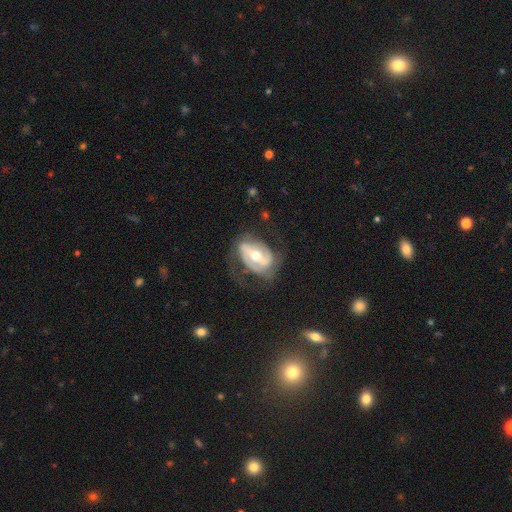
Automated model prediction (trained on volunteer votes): Smooth or featured? featured or disk (80%)
Edge-on disk? no (95%)
Bar? strong (49%)
Spiral arms? yes (84%)
Spiral winding? medium (42%)
Spiral arm count? 2 (70%)
Bulge size? moderate (63%)
Merging? none (54%)